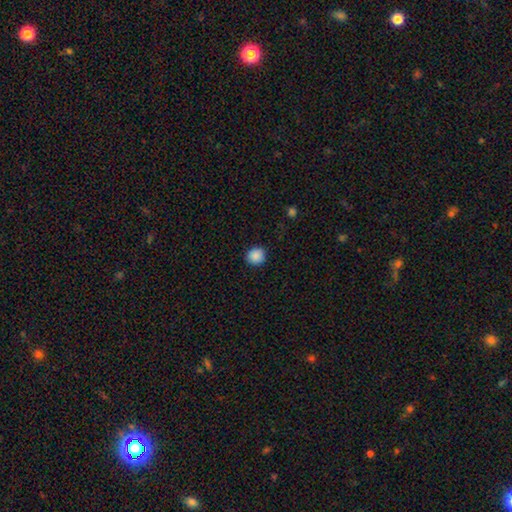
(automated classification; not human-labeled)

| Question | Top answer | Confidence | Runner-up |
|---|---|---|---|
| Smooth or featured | smooth | 88% | star or artifact (9%) |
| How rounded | round | 92% | in between (7%) |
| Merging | none | 91% | minor disturbance (6%) |